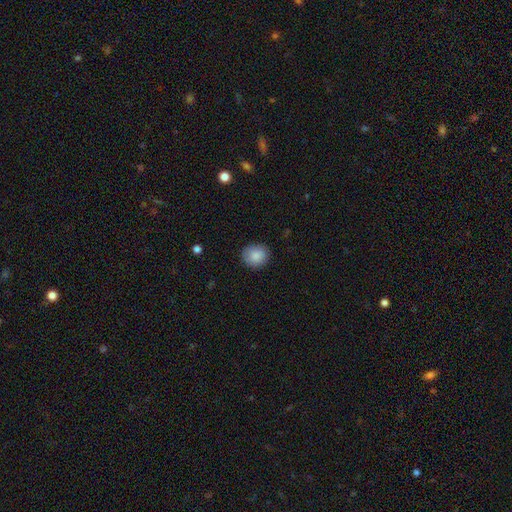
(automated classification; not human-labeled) Smooth or featured?
  - smooth: 88% *
  - star or artifact: 7%
  - featured or disk: 5%
How rounded?
  - round: 74% *
  - in between: 25%
  - cigar-shaped: 1%
Merging?
  - none: 87% *
  - minor disturbance: 10%
  - major disturbance: 2%
  - merger: 1%